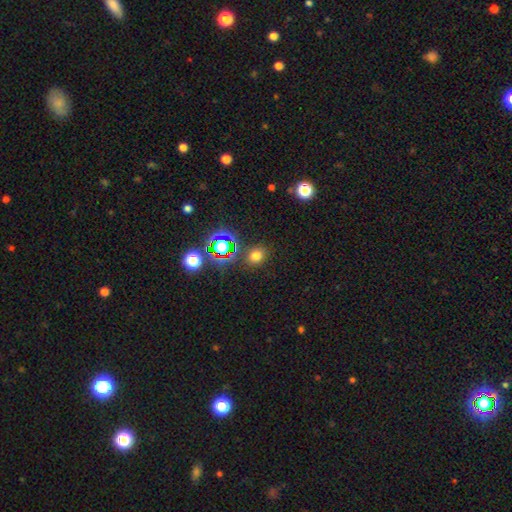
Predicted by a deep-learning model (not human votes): Smooth or featured? Predicted: smooth (p=0.69). How rounded? Predicted: round (p=0.62). Merging? Predicted: none (p=0.84).